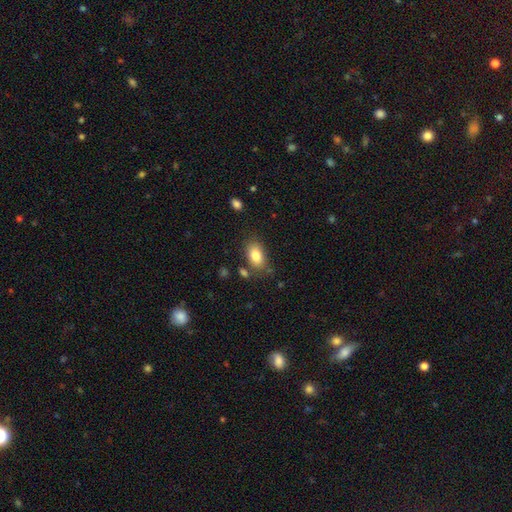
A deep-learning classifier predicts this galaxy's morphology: Q: Smooth or featured?
A: smooth (84%); runner-up: featured or disk (9%)
Q: How rounded?
A: in between (88%); runner-up: round (10%)
Q: Merging?
A: none (74%); runner-up: minor disturbance (16%)